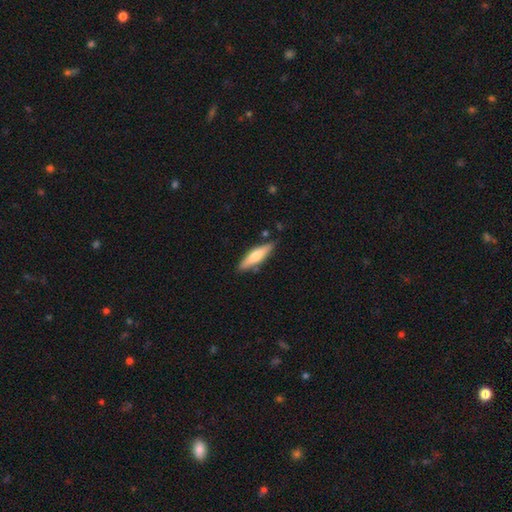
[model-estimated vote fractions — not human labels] Morphology: type=smooth (60%); roundness=cigar-shaped (70%); merging=none (82%).